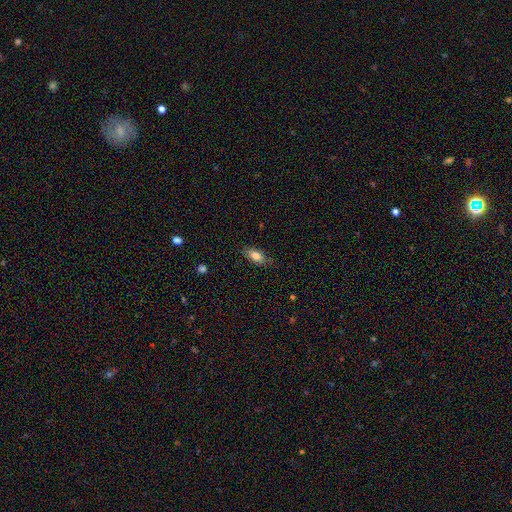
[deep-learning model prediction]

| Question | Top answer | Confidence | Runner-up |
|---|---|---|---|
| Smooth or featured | smooth | 81% | featured or disk (12%) |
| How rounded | in between | 85% | cigar-shaped (11%) |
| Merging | none | 79% | minor disturbance (16%) |